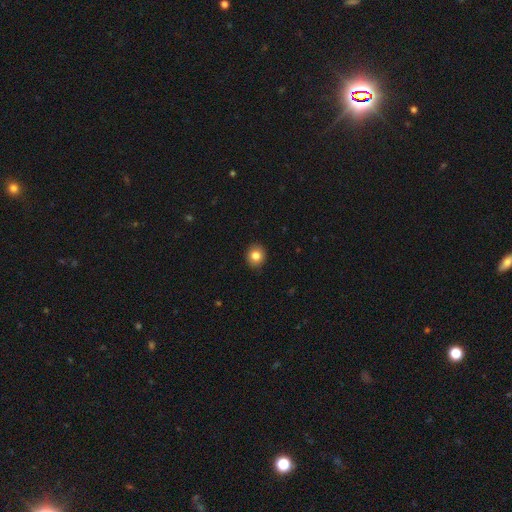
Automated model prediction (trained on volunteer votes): A smooth galaxy with no disk features (84%) that is round (84%). Merging: none (91%).